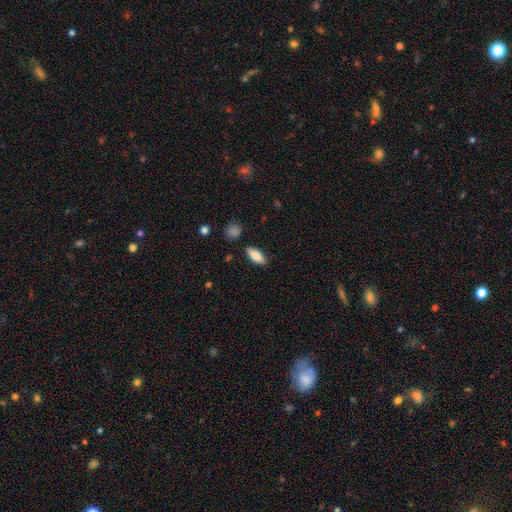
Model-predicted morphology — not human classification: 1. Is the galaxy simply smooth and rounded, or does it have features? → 84% smooth, 9% featured or disk, 6% star or artifact.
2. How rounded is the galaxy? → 81% in between, 17% cigar-shaped, 2% round.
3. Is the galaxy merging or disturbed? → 85% none, 11% minor disturbance, 2% major disturbance, 2% merger.